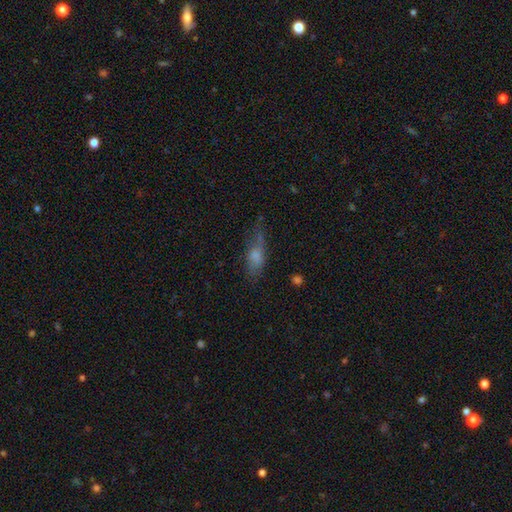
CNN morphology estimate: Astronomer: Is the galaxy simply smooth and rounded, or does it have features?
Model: smooth — 60%.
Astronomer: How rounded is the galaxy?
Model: in between — 58% (runner-up: cigar-shaped, 37%).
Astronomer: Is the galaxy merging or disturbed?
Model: none — 46% (runner-up: minor disturbance, 30%).